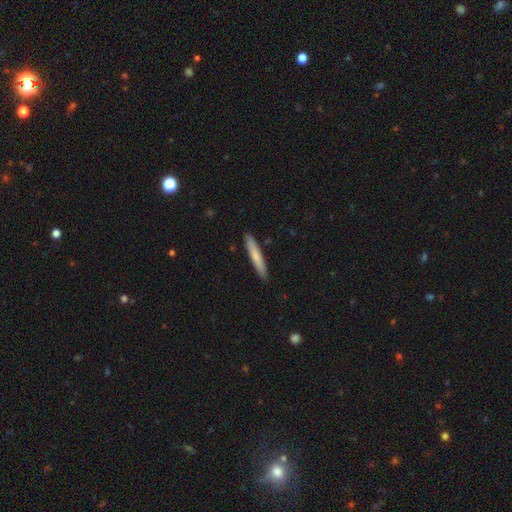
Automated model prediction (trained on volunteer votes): A smooth galaxy with no disk features (73%) that is cigar-shaped (94%).

Vote fractions:
- Smooth or featured? smooth: 73% / featured or disk: 21% / star or artifact: 5%
- How rounded? cigar-shaped: 94% / in between: 5% / round: 1%
- Merging? none: 89% / minor disturbance: 8% / major disturbance: 1% / merger: 1%